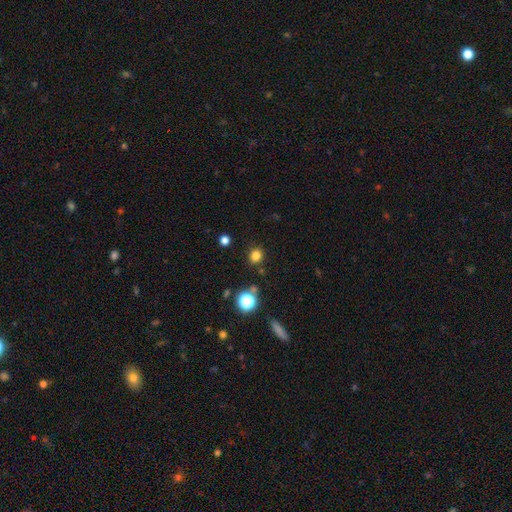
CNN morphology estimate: smooth_or_featured: smooth (p=0.80) [alt: star or artifact p=0.16]
how_rounded: round (p=0.80) [alt: in between p=0.19]
merging: none (p=0.85) [alt: minor disturbance p=0.09]